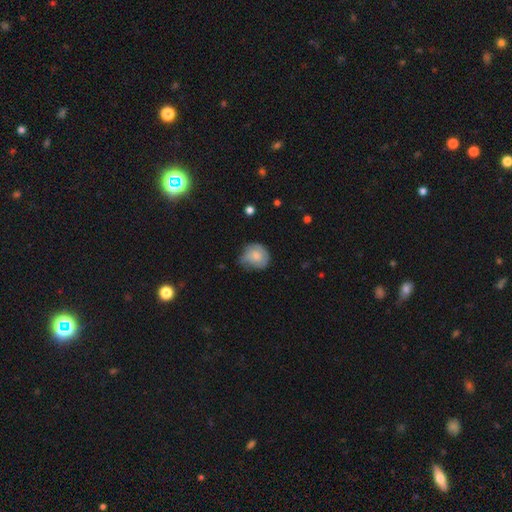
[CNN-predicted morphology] Overall: smooth (60%; featured or disk 33%). How rounded: round (75%). Merging: none (50%; minor disturbance 36%).